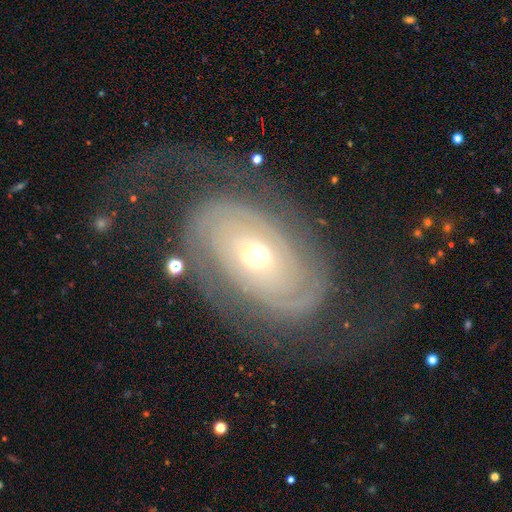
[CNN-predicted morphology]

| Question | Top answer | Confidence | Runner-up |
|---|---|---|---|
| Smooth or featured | featured or disk | 87% | smooth (7%) |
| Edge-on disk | no | 95% | yes (5%) |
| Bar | no | 71% | weak (20%) |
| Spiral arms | yes | 95% | no (5%) |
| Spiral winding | tight | 63% | medium (27%) |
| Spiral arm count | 2 | 68% | can't tell (14%) |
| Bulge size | moderate | 58% | small (35%) |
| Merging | none | 65% | major disturbance (19%) |